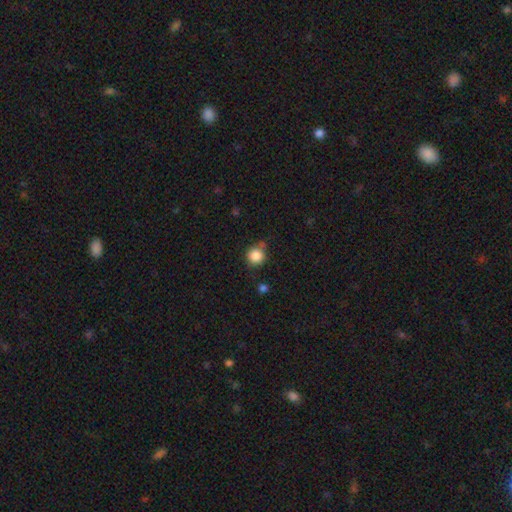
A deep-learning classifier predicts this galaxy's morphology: This appears to be a smooth galaxy with no disk features (86%) that is round (92%). Merging: none (72%).